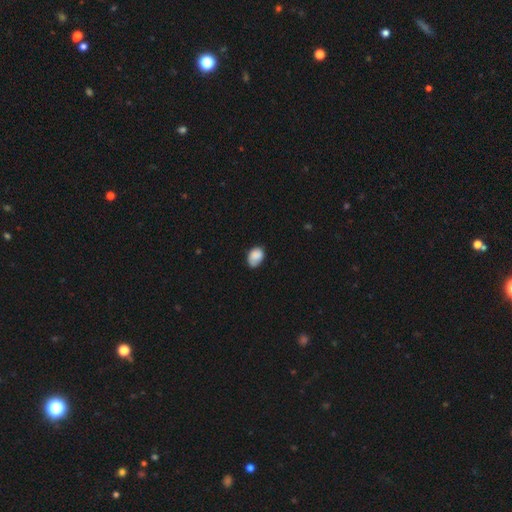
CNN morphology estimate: The model was most divided on "merging": none: 63%, minor disturbance: 30%, major disturbance: 5%, merger: 2%. More confident: smooth or featured — smooth (86%); how rounded — in between (79%).